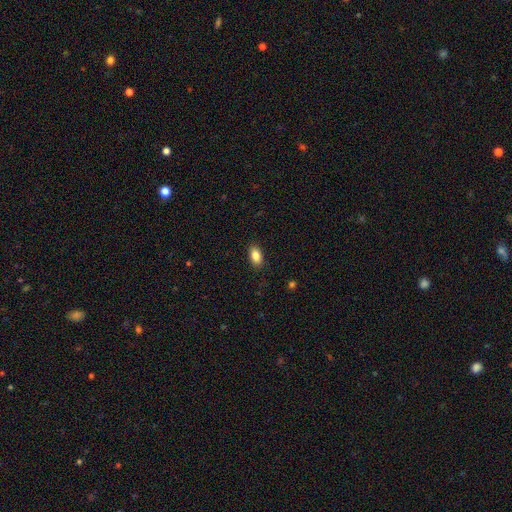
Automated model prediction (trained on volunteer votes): Q: Smooth or featured?
A: smooth (86%); runner-up: star or artifact (8%)
Q: How rounded?
A: in between (92%); runner-up: round (5%)
Q: Merging?
A: none (89%); runner-up: minor disturbance (8%)